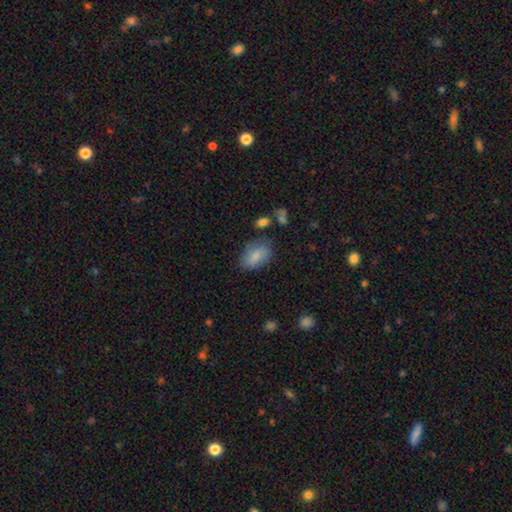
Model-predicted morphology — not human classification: smooth 83%, featured or disk 10%, star or artifact 7%. Down the decision tree: how rounded — in between (90%); merging — none (72%).